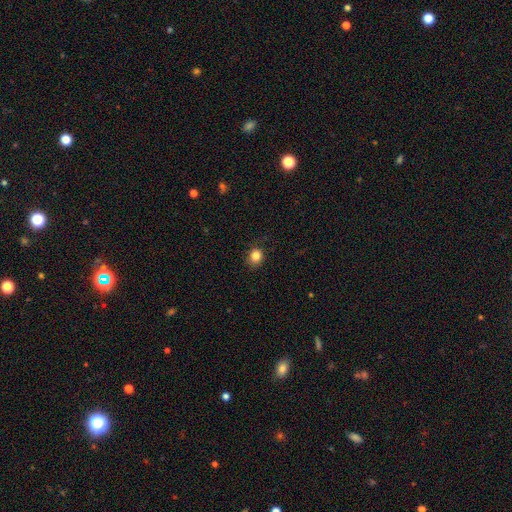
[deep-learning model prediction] smooth_or_featured: smooth (p=0.84) [alt: star or artifact p=0.11]
how_rounded: round (p=0.73) [alt: in between p=0.26]
merging: none (p=0.83) [alt: minor disturbance p=0.13]